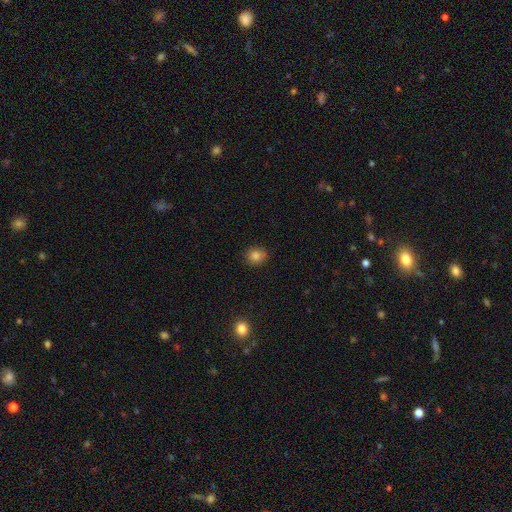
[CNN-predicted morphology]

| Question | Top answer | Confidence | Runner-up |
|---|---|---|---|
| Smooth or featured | smooth | 83% | star or artifact (11%) |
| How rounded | round | 79% | in between (20%) |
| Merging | none | 81% | minor disturbance (14%) |